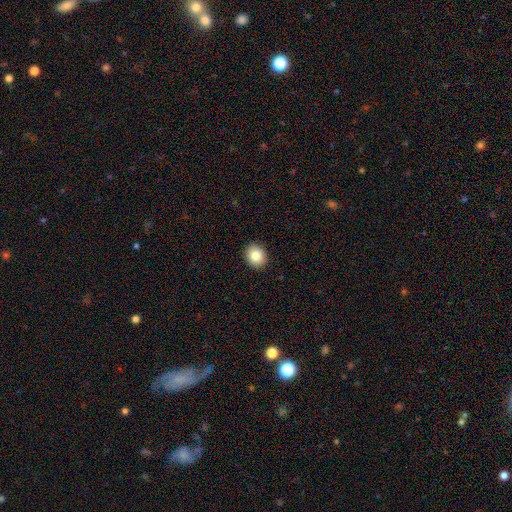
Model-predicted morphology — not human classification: This is clearly a smooth galaxy (85%). How rounded: likely round (69%). Merging: clearly none (92%).